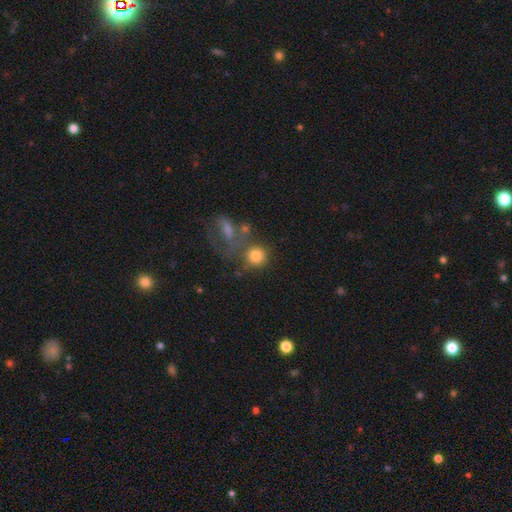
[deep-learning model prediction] Overall: smooth (79%). How rounded: round (88%). Merging: none (57%; merger 22%).